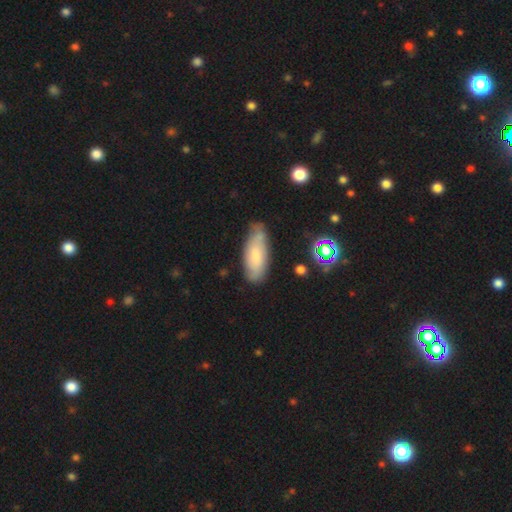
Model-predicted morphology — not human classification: type=smooth (67%); roundness=in between (74%); merging=none (68%).